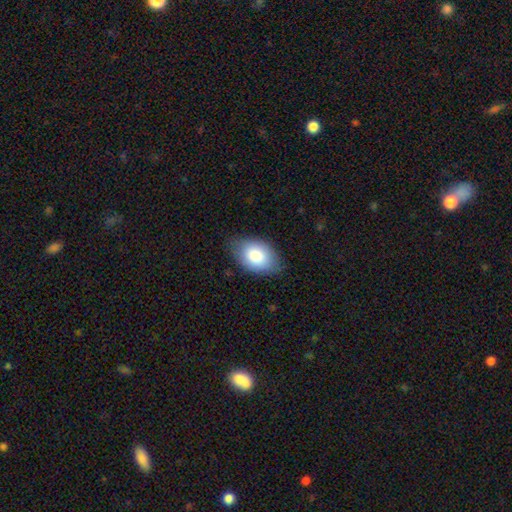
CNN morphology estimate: smooth_or_featured: smooth (p=0.83) [alt: featured or disk p=0.11]
how_rounded: in between (p=0.89) [alt: round p=0.10]
merging: none (p=0.75) [alt: minor disturbance p=0.20]